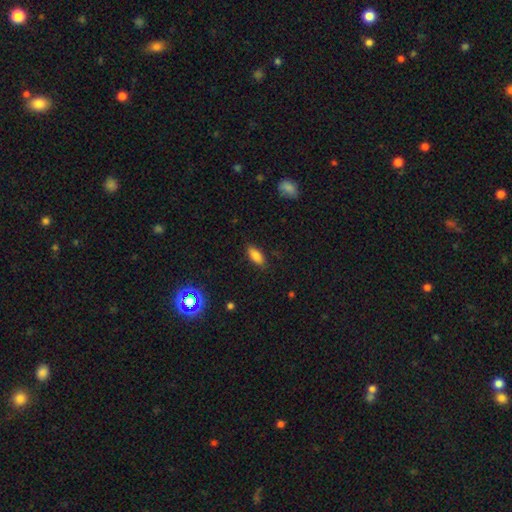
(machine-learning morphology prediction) A smooth galaxy with no disk features (82%) that is in between round and cigar-shaped (82%).

Vote fractions:
- Smooth or featured? smooth: 82% / star or artifact: 9% / featured or disk: 9%
- How rounded? in between: 82% / cigar-shaped: 15% / round: 3%
- Merging? none: 85% / minor disturbance: 11% / major disturbance: 3% / merger: 1%